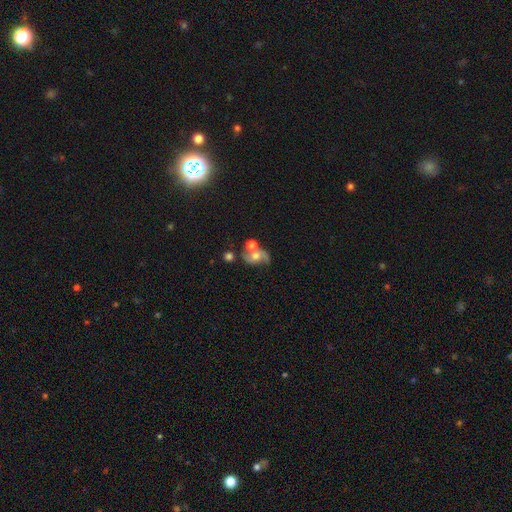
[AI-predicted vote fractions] This is possibly a featured or disk galaxy (53%). It is clearly not viewed edge-on (97%). Bar: likely no (72%). Spiral arm pattern: likely yes (76%). Central bulge: possibly moderate (59%). Merging: marginally merger (40%).